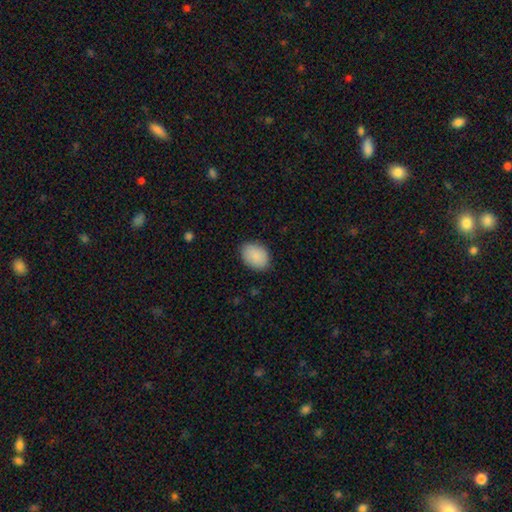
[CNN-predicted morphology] This appears to be a smooth galaxy with no disk features (89%) that is in between round and cigar-shaped (73%). Merging: none (84%).